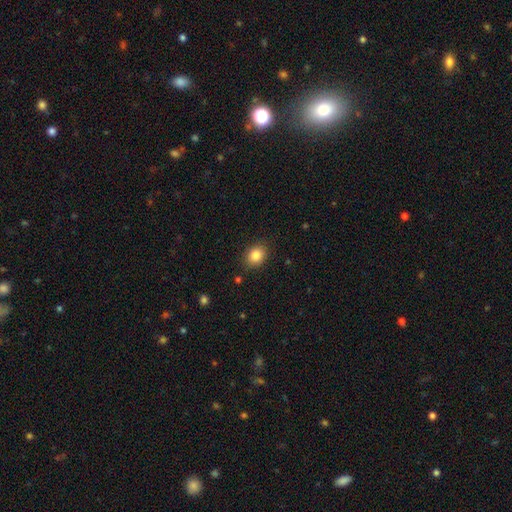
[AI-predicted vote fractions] smooth_or_featured: smooth (p=0.85) [alt: star or artifact p=0.09]
how_rounded: round (p=0.55) [alt: in between p=0.44]
merging: none (p=0.87) [alt: minor disturbance p=0.10]